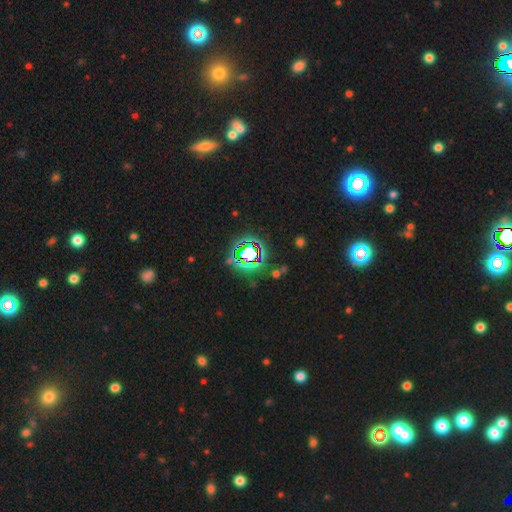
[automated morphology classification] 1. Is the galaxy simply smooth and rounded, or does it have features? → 76% star or artifact, 14% smooth, 10% featured or disk.